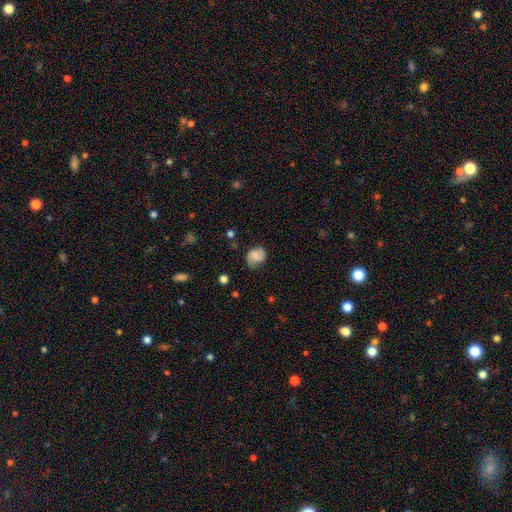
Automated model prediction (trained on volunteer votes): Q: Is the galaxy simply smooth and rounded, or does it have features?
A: featured or disk — 49%.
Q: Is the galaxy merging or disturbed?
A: none — 68%.